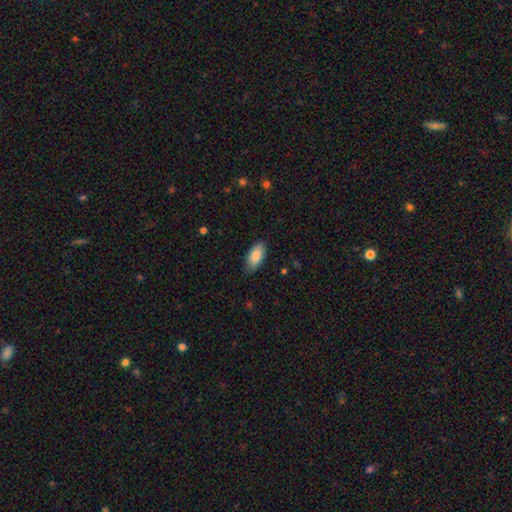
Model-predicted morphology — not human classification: Smooth or featured? smooth (86%)
How rounded? in between (92%)
Merging? none (82%)